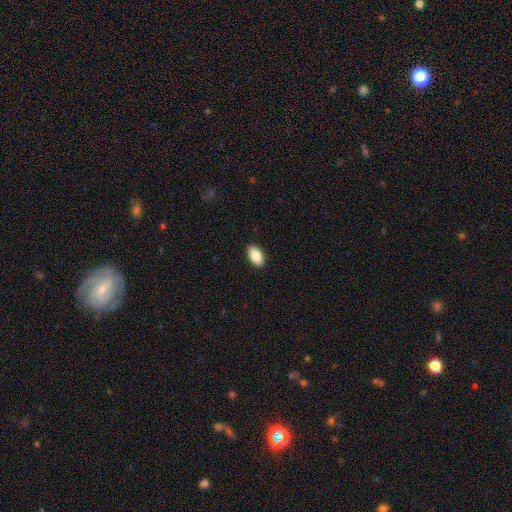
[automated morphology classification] This appears to be a smooth galaxy with no disk features (86%) that is in between round and cigar-shaped (94%). Merging: none (91%).